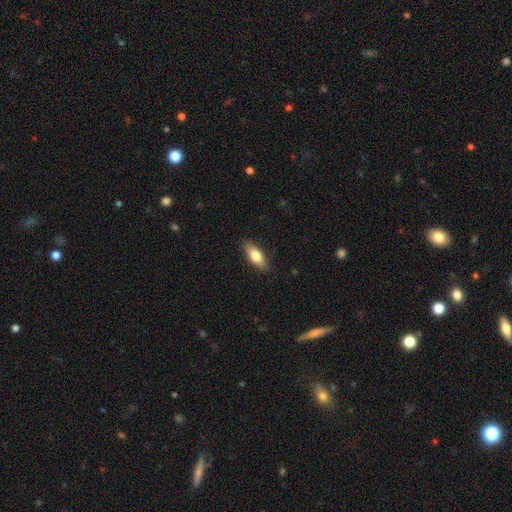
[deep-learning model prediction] A smooth galaxy with no disk features (71%) that is in between round and cigar-shaped (73%).

Vote fractions:
- Smooth or featured? smooth: 71% / featured or disk: 22% / star or artifact: 7%
- How rounded? in between: 73% / cigar-shaped: 23% / round: 3%
- Merging? none: 86% / minor disturbance: 11% / major disturbance: 2% / merger: 1%